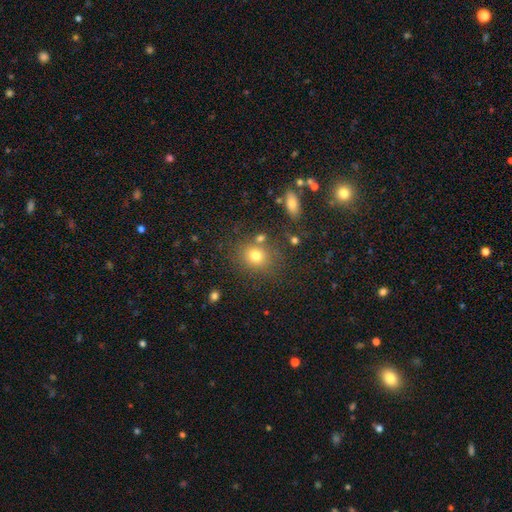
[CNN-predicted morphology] A smooth galaxy with no disk features (75%) that is round (69%).

Vote fractions:
- Smooth or featured? smooth: 75% / star or artifact: 15% / featured or disk: 10%
- How rounded? round: 69% / in between: 30% / cigar-shaped: 1%
- Merging? none: 74% / minor disturbance: 12% / merger: 9% / major disturbance: 5%